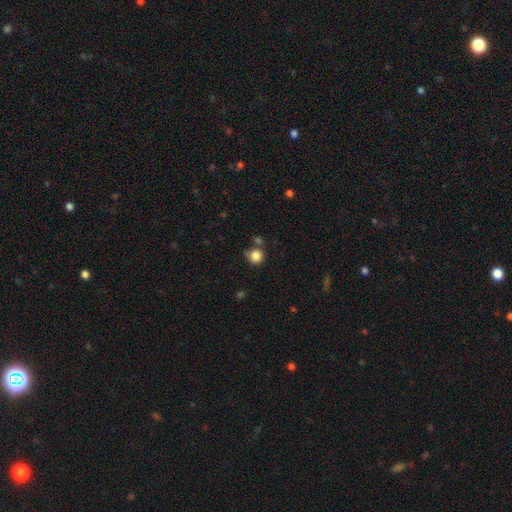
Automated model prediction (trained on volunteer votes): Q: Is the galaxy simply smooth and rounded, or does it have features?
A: smooth — 85%.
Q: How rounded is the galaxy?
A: round — 88%.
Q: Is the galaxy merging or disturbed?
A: none — 67%.